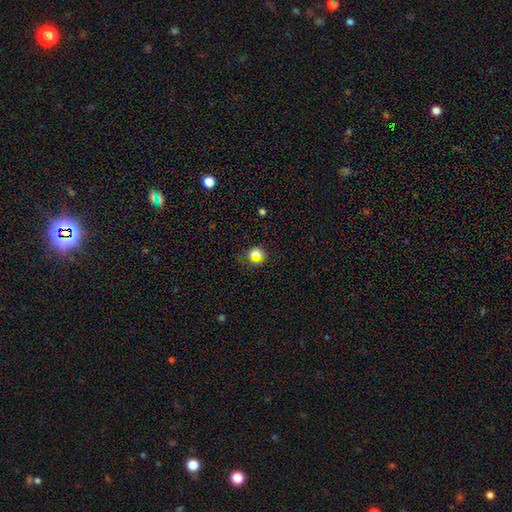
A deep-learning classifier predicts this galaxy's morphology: smooth-or-featured: smooth: 66% | star or artifact: 24% | featured or disk: 10%
  how-rounded: round: 65% | in between: 32% | cigar-shaped: 2%
  merging: none: 74% | minor disturbance: 16% | major disturbance: 7% | merger: 3%